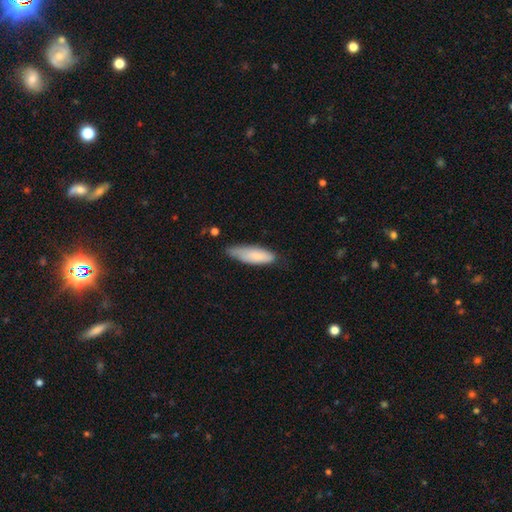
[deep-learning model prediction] Morphology: type=smooth (78%); roundness=in between (54%); merging=none (56%).